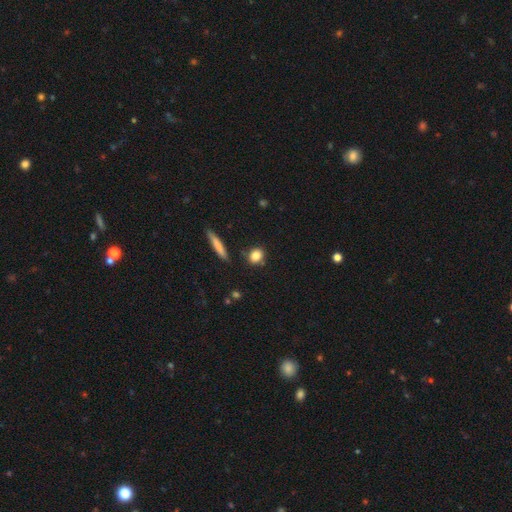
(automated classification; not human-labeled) Smooth or featured? Predicted: smooth (p=0.84). How rounded? Predicted: round (p=0.57). Merging? Predicted: none (p=0.81).